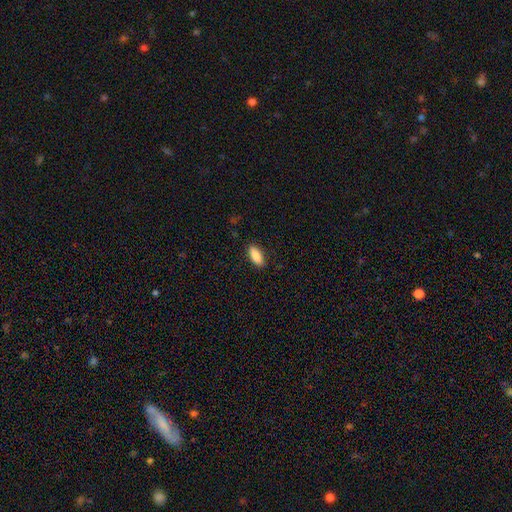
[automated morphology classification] Smooth or featured? smooth (89%)
How rounded? in between (82%)
Merging? none (88%)